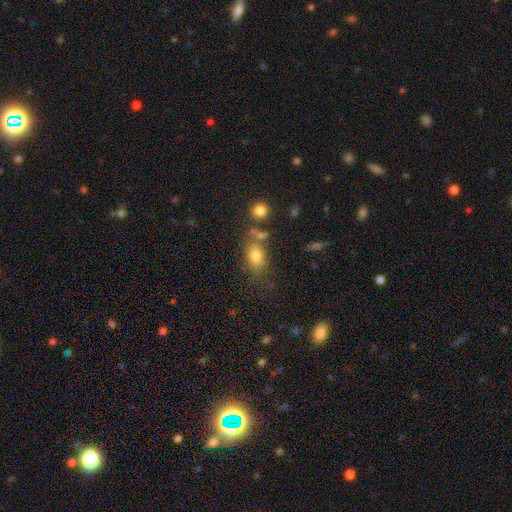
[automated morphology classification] A smooth galaxy with no disk features (78%) that is in between round and cigar-shaped (79%).

Vote fractions:
- Smooth or featured? smooth: 78% / star or artifact: 11% / featured or disk: 11%
- How rounded? in between: 79% / round: 19% / cigar-shaped: 2%
- Merging? none: 63% / minor disturbance: 17% / merger: 14% / major disturbance: 7%